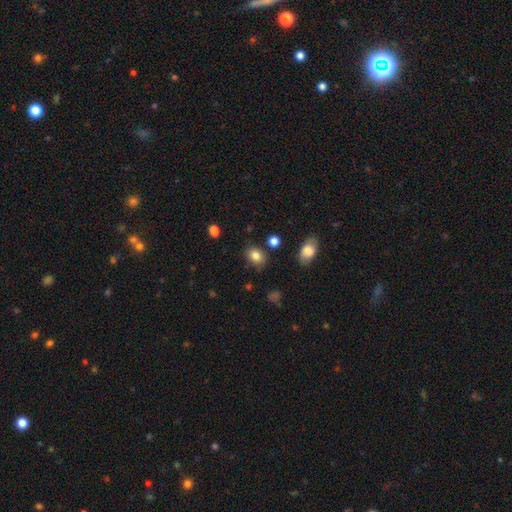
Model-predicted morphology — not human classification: The model was most divided on "how rounded": in between: 55%, round: 44%, cigar-shaped: 1%. More confident: smooth or featured — smooth (83%); merging — none (81%).